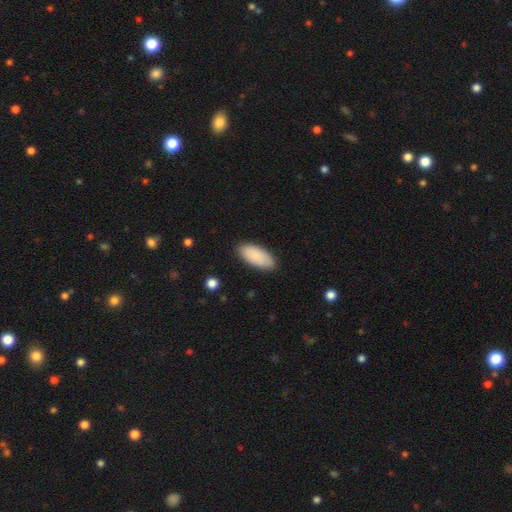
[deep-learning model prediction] Overall: smooth (88%). How rounded: in between (89%). Merging: none (85%).